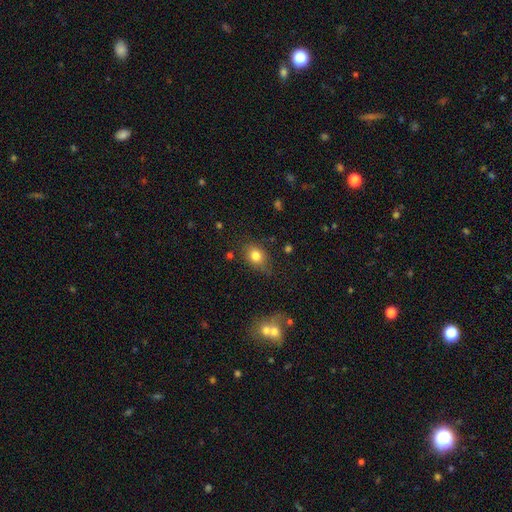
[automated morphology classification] The model was most divided on "how rounded": in between: 50%, round: 48%, cigar-shaped: 1%. More confident: smooth or featured — smooth (80%); merging — none (72%).